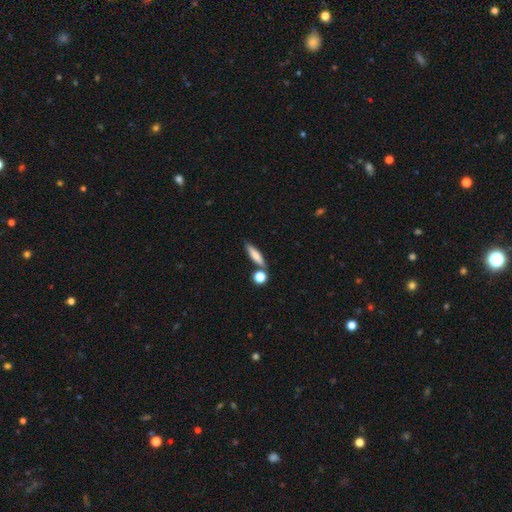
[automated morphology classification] Q: Smooth or featured?
A: smooth (75%); runner-up: featured or disk (17%)
Q: How rounded?
A: cigar-shaped (68%); runner-up: in between (27%)
Q: Merging?
A: none (71%); runner-up: merger (14%)